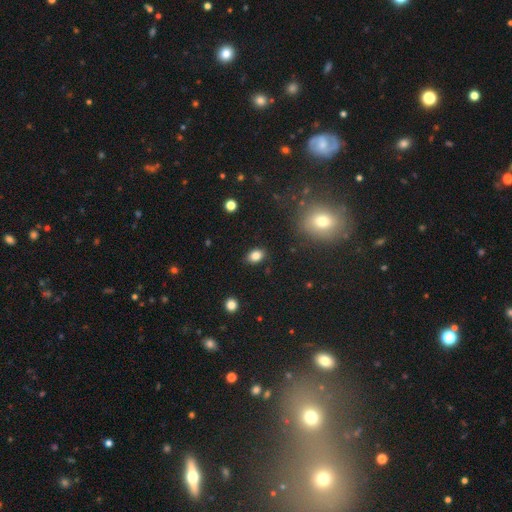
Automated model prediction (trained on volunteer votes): A smooth galaxy with no disk features (84%) that is in between round and cigar-shaped (76%). Merging: none (88%).